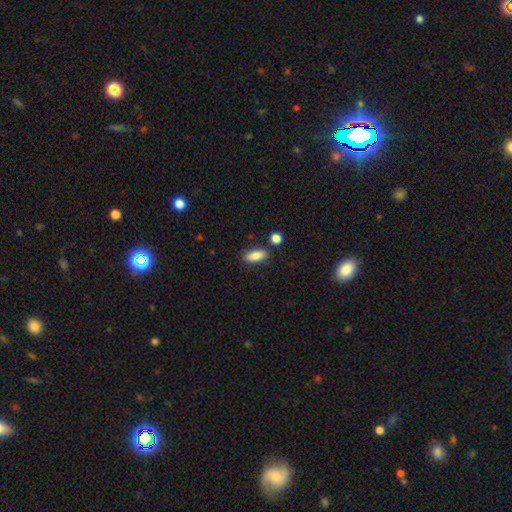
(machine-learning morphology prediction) The model was most divided on "how rounded": in between: 79%, cigar-shaped: 18%, round: 3%. More confident: smooth or featured — smooth (86%); merging — none (81%).